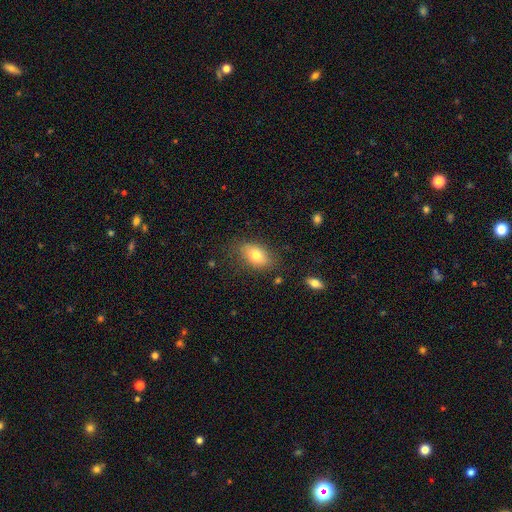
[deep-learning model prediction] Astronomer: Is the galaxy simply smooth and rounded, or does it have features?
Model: smooth — 75%.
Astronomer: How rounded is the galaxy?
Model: in between — 87%.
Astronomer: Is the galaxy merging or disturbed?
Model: none — 78%.